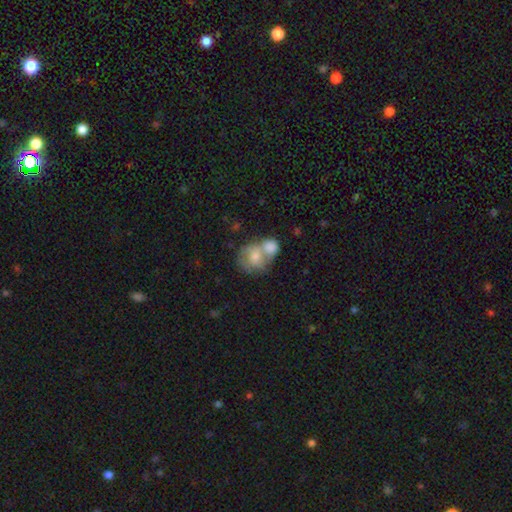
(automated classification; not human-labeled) smooth 63%, featured or disk 29%, star or artifact 8%. Down the decision tree: how rounded — round (67%); merging — merger (64%).